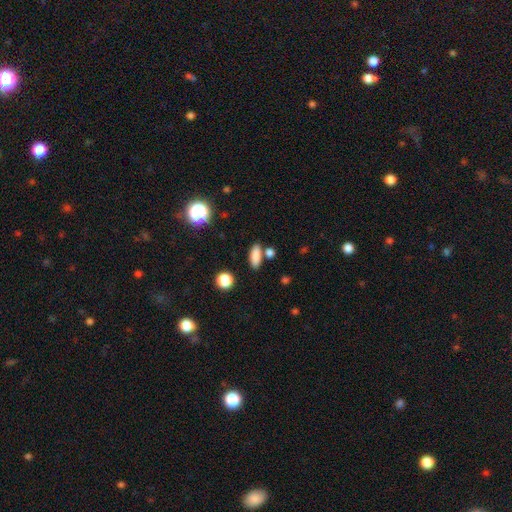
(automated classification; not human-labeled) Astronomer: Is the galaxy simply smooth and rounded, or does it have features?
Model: smooth — 85%.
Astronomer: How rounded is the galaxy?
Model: in between — 71%.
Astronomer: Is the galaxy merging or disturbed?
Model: none — 77%.